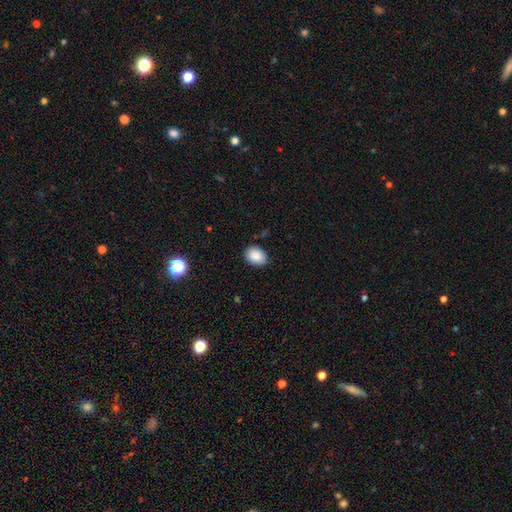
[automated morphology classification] Q: Smooth or featured?
A: smooth (87%); runner-up: star or artifact (8%)
Q: How rounded?
A: in between (71%); runner-up: round (29%)
Q: Merging?
A: none (84%); runner-up: minor disturbance (12%)